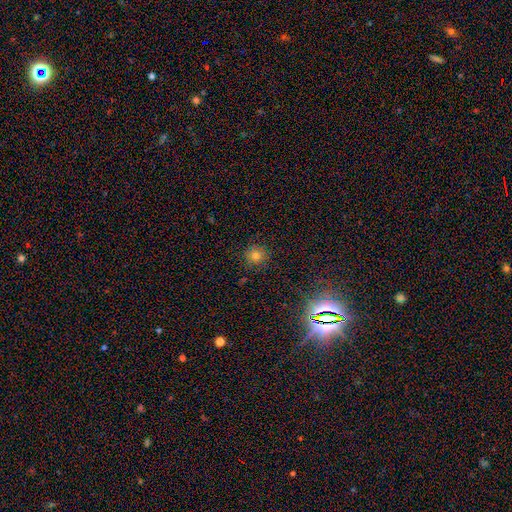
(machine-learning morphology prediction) The model was most divided on "smooth or featured": smooth: 73%, star or artifact: 20%, featured or disk: 7%. More confident: how rounded — round (92%); merging — none (88%).